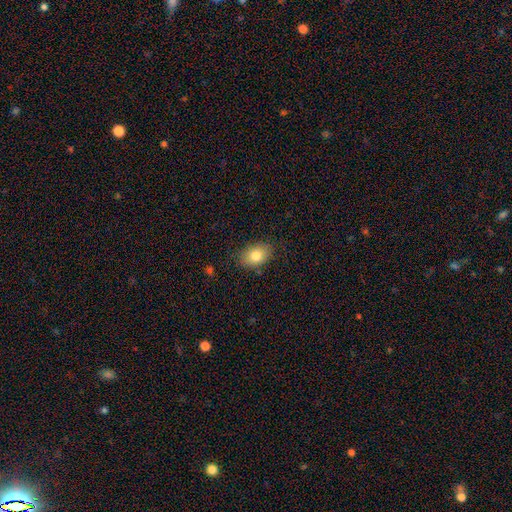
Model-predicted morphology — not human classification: Smooth or featured? smooth (80%)
How rounded? in between (81%)
Merging? none (82%)